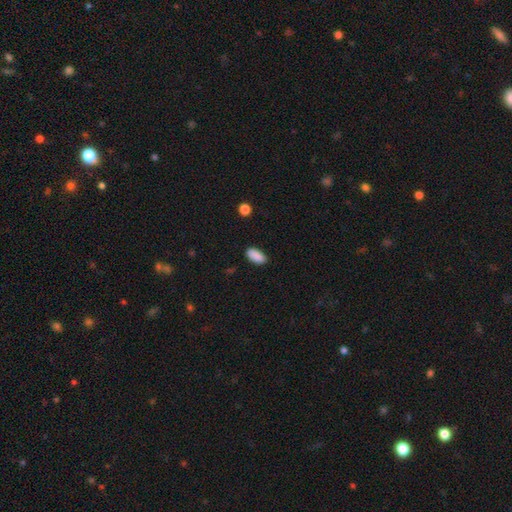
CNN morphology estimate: Smooth or featured? smooth (89%)
How rounded? in between (91%)
Merging? none (86%)